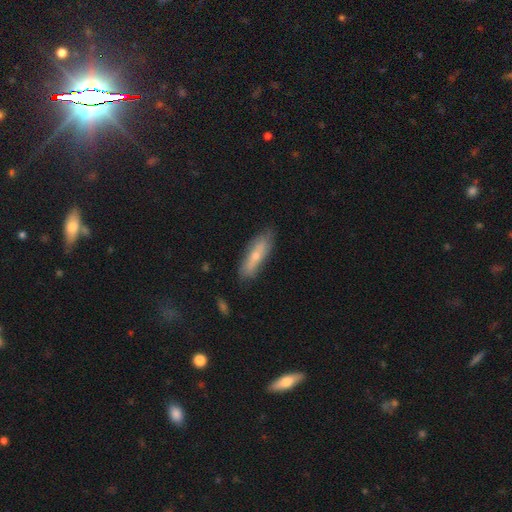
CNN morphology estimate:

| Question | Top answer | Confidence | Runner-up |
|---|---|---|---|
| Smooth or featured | smooth | 54% | featured or disk (39%) |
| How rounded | cigar-shaped | 58% | in between (40%) |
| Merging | none | 75% | minor disturbance (19%) |